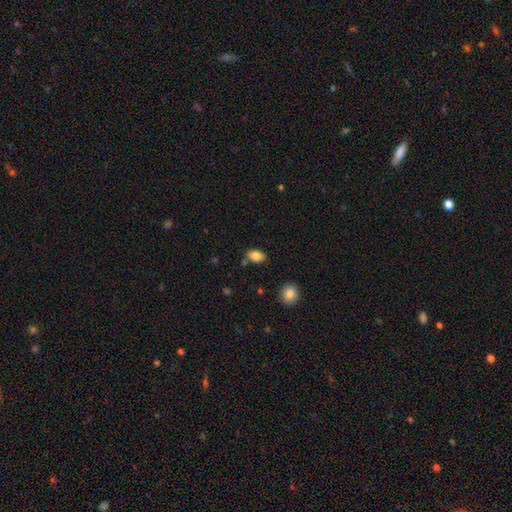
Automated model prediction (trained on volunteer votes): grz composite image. It shows a smooth galaxy with no disk features (84%) that is in between round and cigar-shaped (85%). Merging: none (76%).